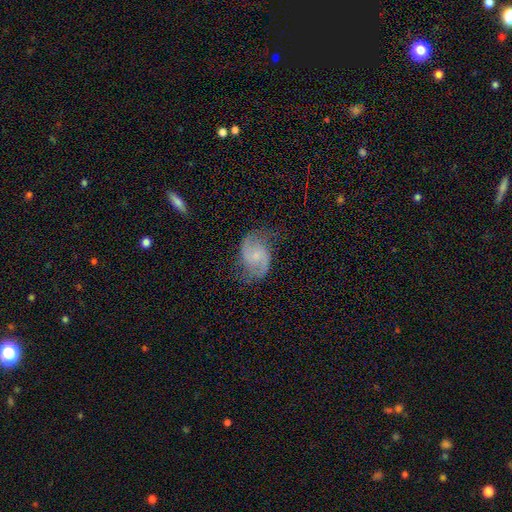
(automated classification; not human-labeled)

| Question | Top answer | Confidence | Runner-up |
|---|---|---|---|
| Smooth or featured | featured or disk | 78% | smooth (15%) |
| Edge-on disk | no | 98% | yes (2%) |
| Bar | no | 53% | weak (40%) |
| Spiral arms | yes | 95% | no (5%) |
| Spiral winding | medium | 46% | loose (39%) |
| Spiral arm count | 2 | 91% | can't tell (4%) |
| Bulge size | small | 56% | moderate (24%) |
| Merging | none | 67% | minor disturbance (22%) |